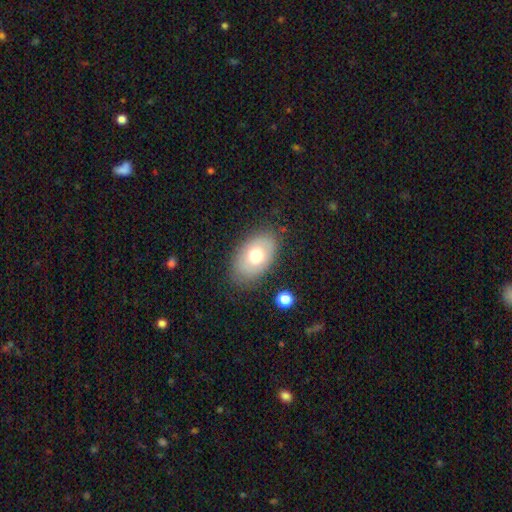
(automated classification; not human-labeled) smooth-or-featured: smooth: 68% | featured or disk: 24% | star or artifact: 8%
  how-rounded: in between: 90% | round: 9% | cigar-shaped: 1%
  merging: none: 80% | minor disturbance: 14% | major disturbance: 4% | merger: 2%